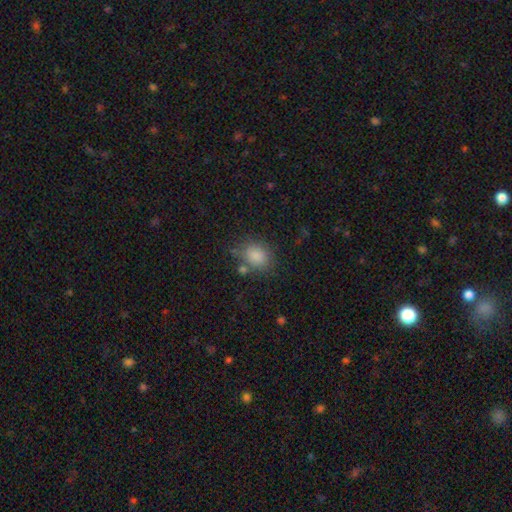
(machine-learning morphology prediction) Q: Smooth or featured?
A: smooth (84%); runner-up: star or artifact (10%)
Q: How rounded?
A: in between (58%); runner-up: round (41%)
Q: Merging?
A: none (66%); runner-up: minor disturbance (19%)